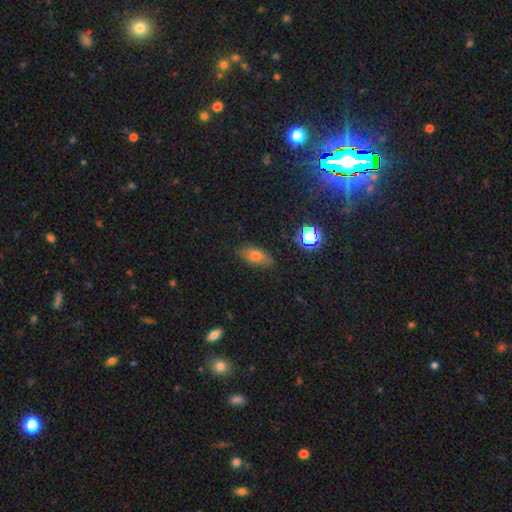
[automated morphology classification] Smooth or featured?
  - smooth: 68% *
  - featured or disk: 19%
  - star or artifact: 13%
How rounded?
  - in between: 82% *
  - cigar-shaped: 12%
  - round: 6%
Merging?
  - none: 81% *
  - minor disturbance: 15%
  - major disturbance: 3%
  - merger: 2%